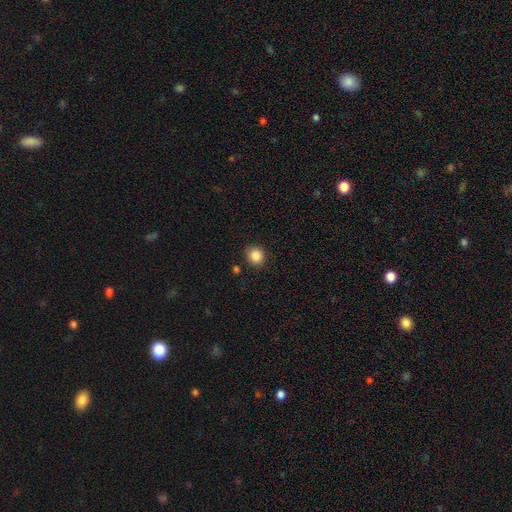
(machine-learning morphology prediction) Smooth or featured: smooth — 85% (star or artifact — 11%)
How rounded: round — 89% (in between — 10%)
Merging: none — 88% (minor disturbance — 8%)